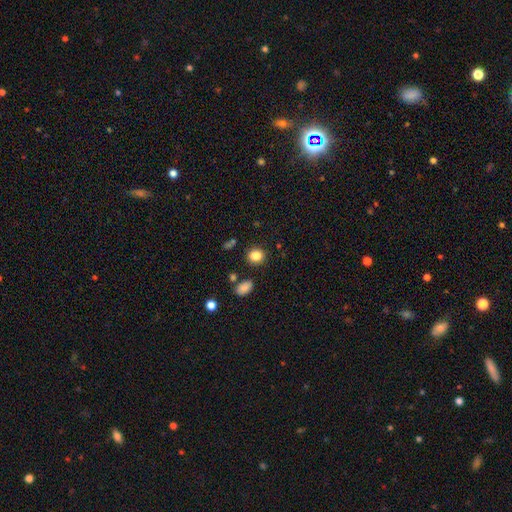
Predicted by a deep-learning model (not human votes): This appears to be a smooth galaxy with no disk features (85%) that is round (77%). Merging: none (86%).